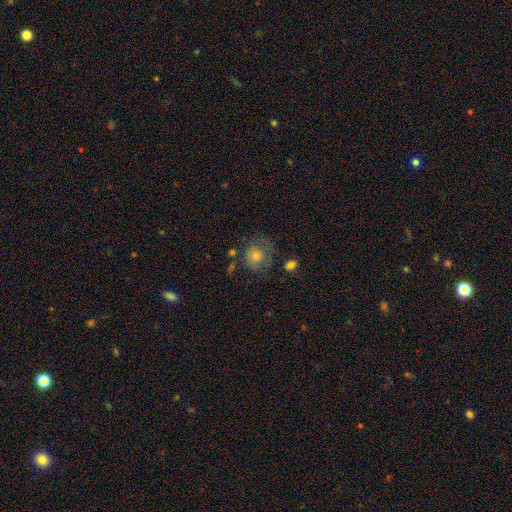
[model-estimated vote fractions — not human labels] Smooth or featured? Predicted: smooth (p=0.57). How rounded? Predicted: round (p=0.81). Merging? Predicted: none (p=0.61).